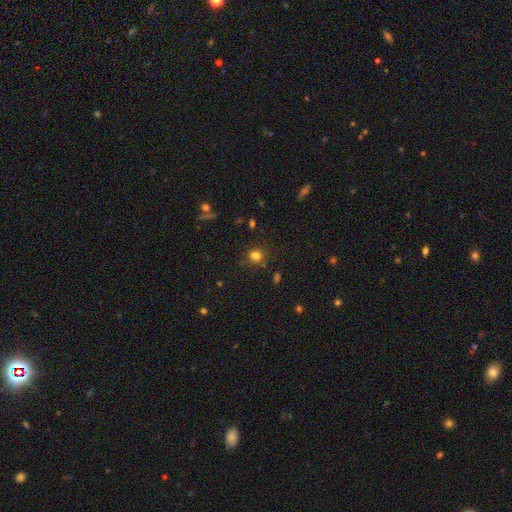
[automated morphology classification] type=smooth (75%); roundness=round (69%); merging=none (73%).